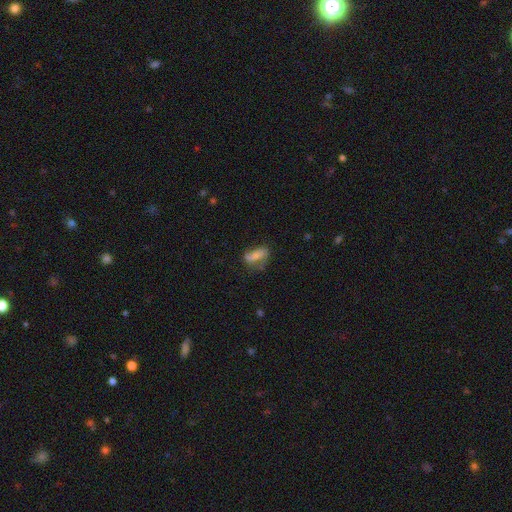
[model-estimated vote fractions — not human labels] Morphology: type=smooth (65%); roundness=in between (79%); merging=none (46%).